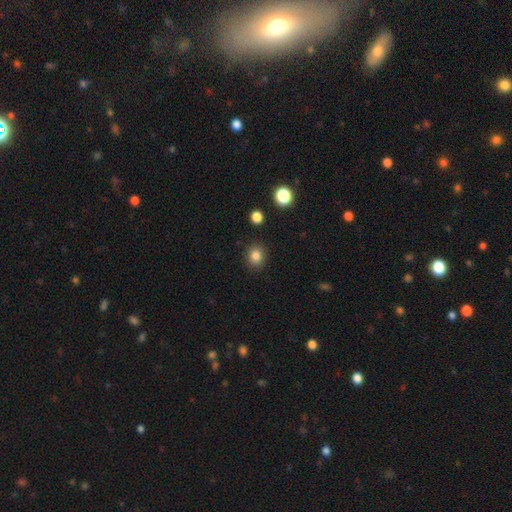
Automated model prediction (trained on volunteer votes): smooth-or-featured: smooth: 84% | star or artifact: 11% | featured or disk: 5%
  how-rounded: round: 72% | in between: 27% | cigar-shaped: 1%
  merging: none: 89% | minor disturbance: 7% | major disturbance: 2% | merger: 2%